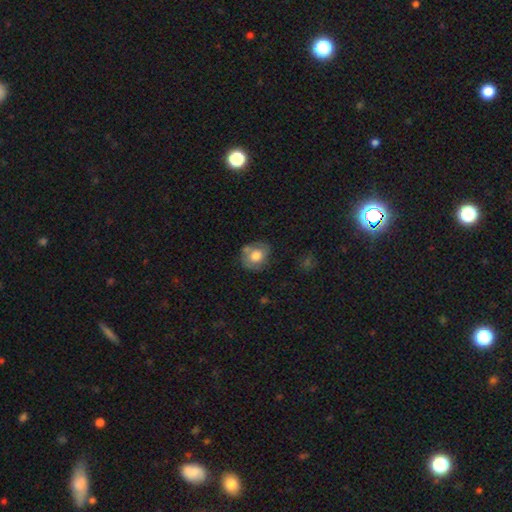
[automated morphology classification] smooth_or_featured: smooth (p=0.68) [alt: featured or disk p=0.24]
how_rounded: round (p=0.62) [alt: in between p=0.37]
merging: none (p=0.59) [alt: minor disturbance p=0.25]